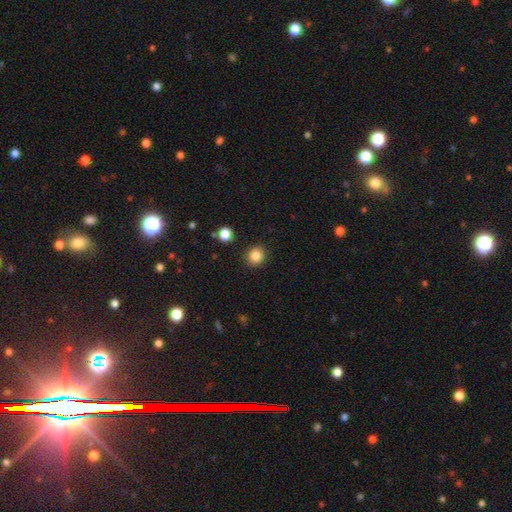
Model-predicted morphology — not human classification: This is clearly a smooth galaxy (85%). How rounded: clearly round (87%). Merging: clearly none (91%).